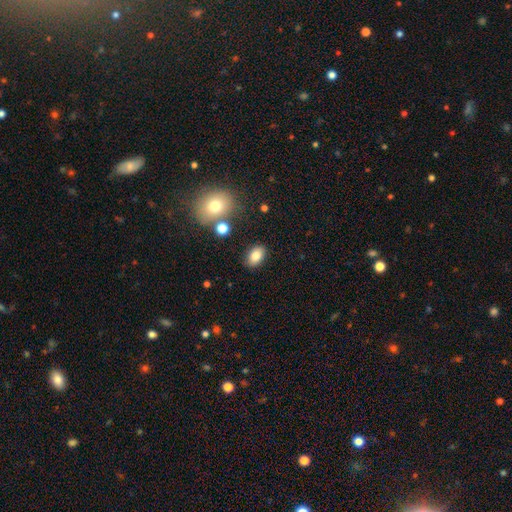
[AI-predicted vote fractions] This appears to be a smooth galaxy with no disk features (82%) that is in between round and cigar-shaped (87%). Merging: none (84%).